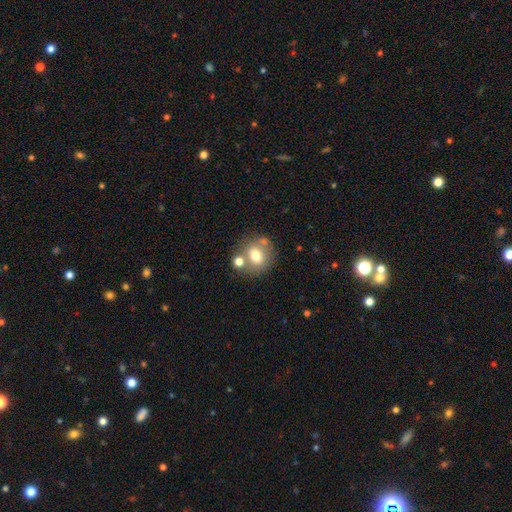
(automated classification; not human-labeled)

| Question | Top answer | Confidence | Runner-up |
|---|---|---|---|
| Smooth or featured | smooth | 68% | featured or disk (21%) |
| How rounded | round | 71% | in between (28%) |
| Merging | none | 62% | merger (20%) |